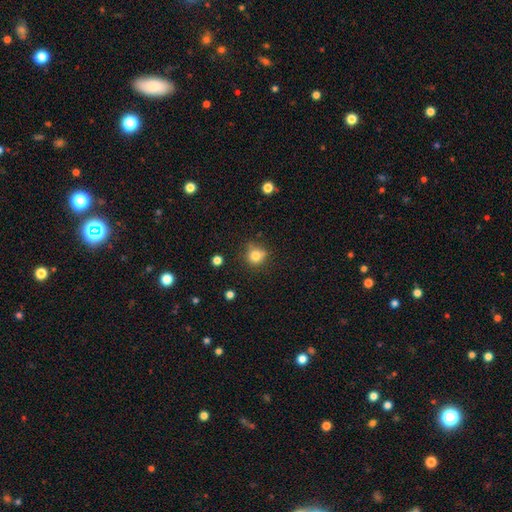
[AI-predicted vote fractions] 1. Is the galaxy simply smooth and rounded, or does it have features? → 79% smooth, 12% star or artifact, 8% featured or disk.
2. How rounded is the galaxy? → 85% round, 14% in between, 1% cigar-shaped.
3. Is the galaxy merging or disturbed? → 69% none, 21% minor disturbance, 6% merger, 5% major disturbance.